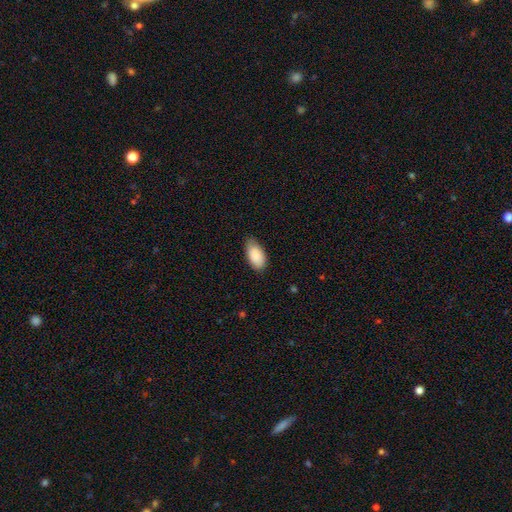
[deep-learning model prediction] Q: Smooth or featured?
A: smooth (89%); runner-up: star or artifact (6%)
Q: How rounded?
A: in between (95%); runner-up: cigar-shaped (3%)
Q: Merging?
A: none (74%); runner-up: minor disturbance (22%)